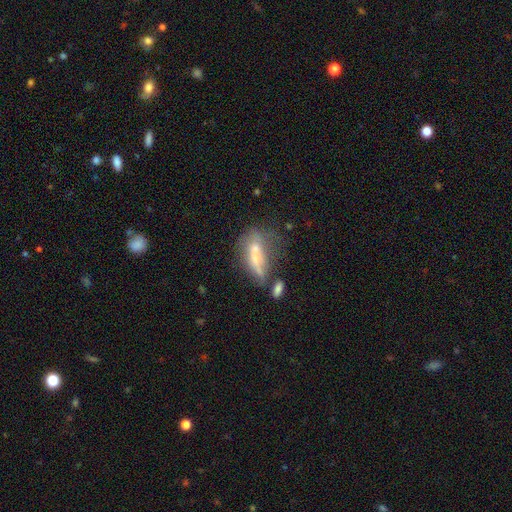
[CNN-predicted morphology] Q: Smooth or featured?
A: featured or disk (46%); runner-up: smooth (42%)
Q: Merging?
A: merger (38%); runner-up: none (27%)